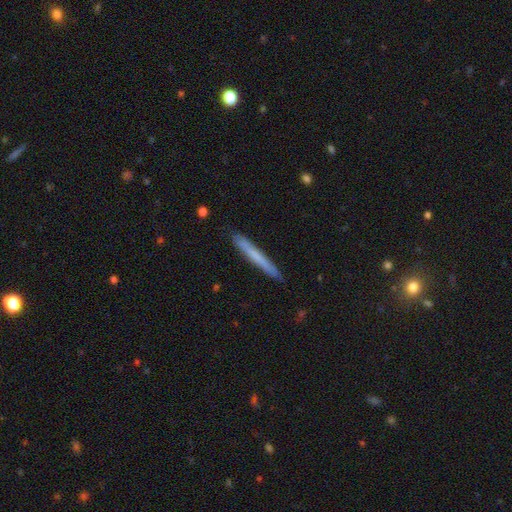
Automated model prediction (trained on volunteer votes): Smooth or featured?
  - smooth: 64% *
  - featured or disk: 30%
  - star or artifact: 6%
How rounded?
  - cigar-shaped: 97% *
  - in between: 2%
  - round: 1%
Merging?
  - none: 90% *
  - minor disturbance: 7%
  - major disturbance: 1%
  - merger: 1%